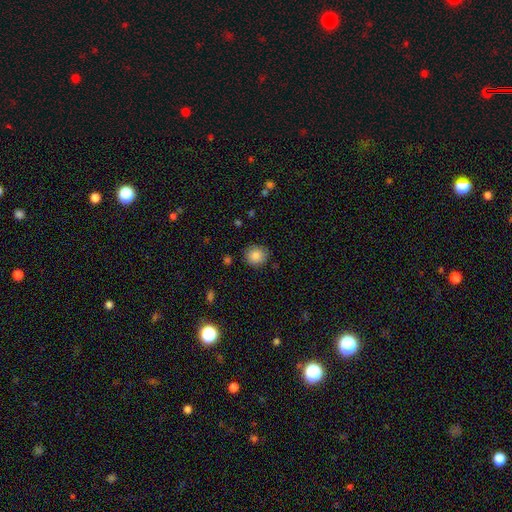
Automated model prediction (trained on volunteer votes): Smooth or featured: smooth — 85% (star or artifact — 9%)
How rounded: round — 85% (in between — 14%)
Merging: none — 87% (minor disturbance — 9%)